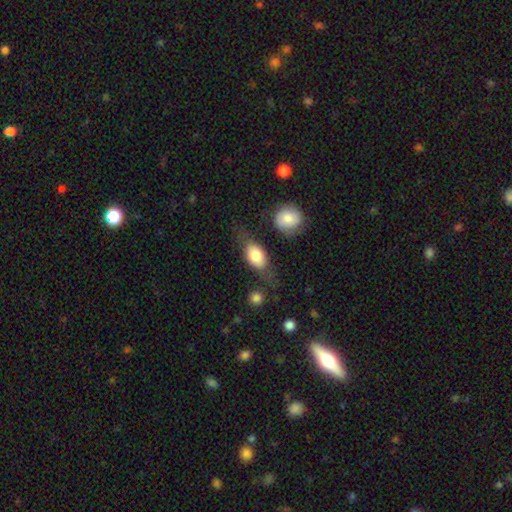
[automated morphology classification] Overall: smooth (71%). How rounded: in between (82%). Merging: none (59%; minor disturbance 22%).